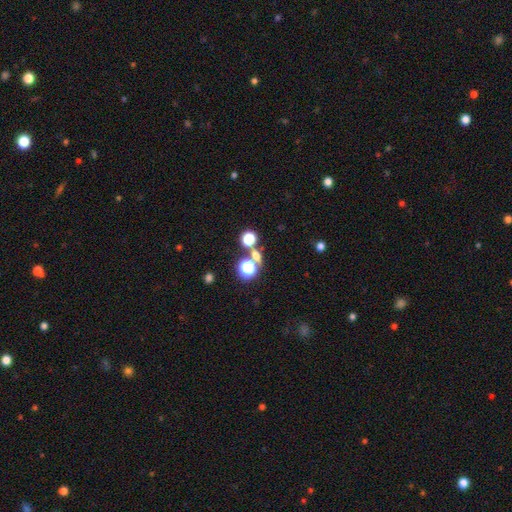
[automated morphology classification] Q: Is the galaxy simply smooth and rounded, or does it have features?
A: smooth — 48%.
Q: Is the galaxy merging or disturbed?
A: none — 61%.